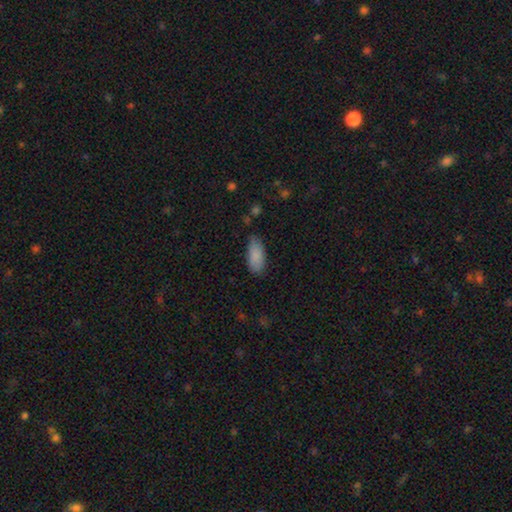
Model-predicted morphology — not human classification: This is clearly a smooth galaxy (87%). How rounded: clearly in between (87%). Merging: likely none (72%).